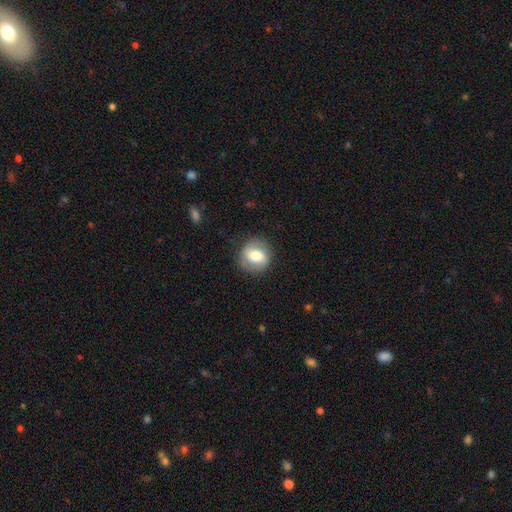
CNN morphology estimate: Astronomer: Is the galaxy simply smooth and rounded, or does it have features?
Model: smooth — 62%.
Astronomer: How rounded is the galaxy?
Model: round — 82%.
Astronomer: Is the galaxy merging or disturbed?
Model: none — 83%.